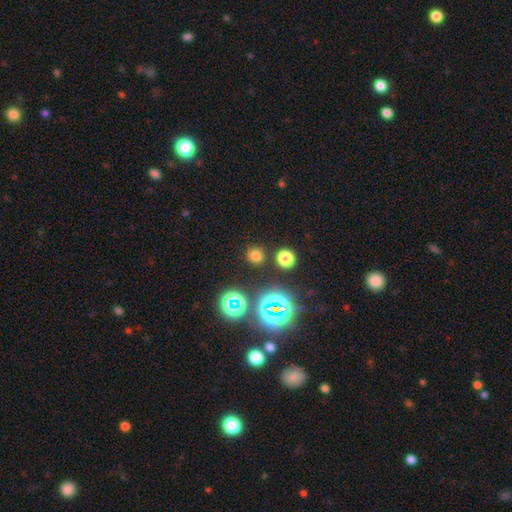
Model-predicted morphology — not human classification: smooth_or_featured: smooth (p=0.67) [alt: star or artifact p=0.27]
how_rounded: round (p=0.90) [alt: in between p=0.09]
merging: none (p=0.86) [alt: minor disturbance p=0.07]